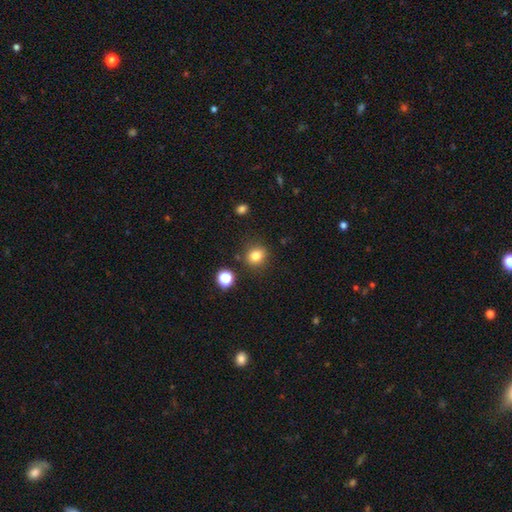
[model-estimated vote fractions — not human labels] A smooth galaxy with no disk features (81%) that is round (78%). Merging: none (84%).